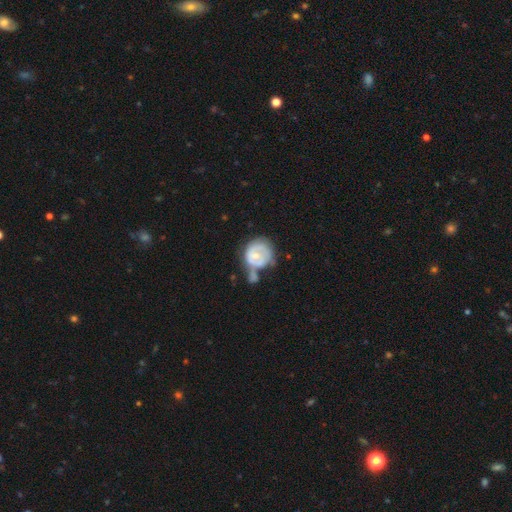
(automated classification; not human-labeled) smooth_or_featured: featured or disk (p=0.52) [alt: smooth p=0.42]
disk_edge_on: no (p=0.97) [alt: yes p=0.03]
bar: no (p=0.65) [alt: weak p=0.29]
has_spiral_arms: no (p=0.50) [tied with: yes p=0.50]
bulge_size: small (p=0.49) [alt: moderate p=0.43]
merging: merger (p=0.30) [alt: none p=0.28]